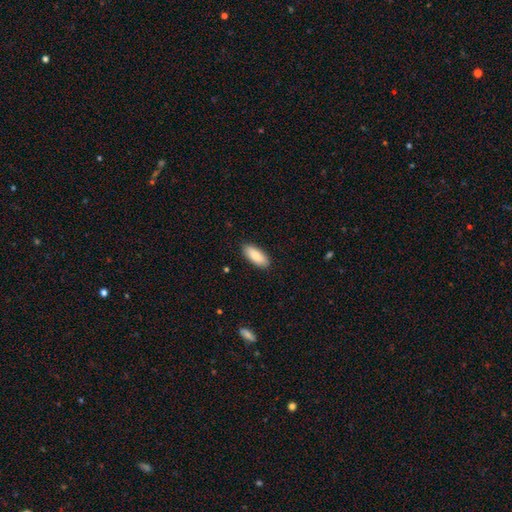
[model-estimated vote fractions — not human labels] A smooth galaxy with no disk features (87%) that is in between round and cigar-shaped (82%). Merging: none (89%).